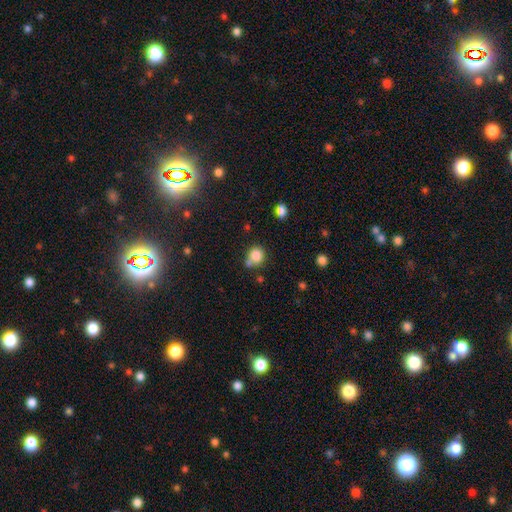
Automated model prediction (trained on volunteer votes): Smooth or featured? Predicted: smooth (p=0.83). How rounded? Predicted: round (p=0.82). Merging? Predicted: none (p=0.61).